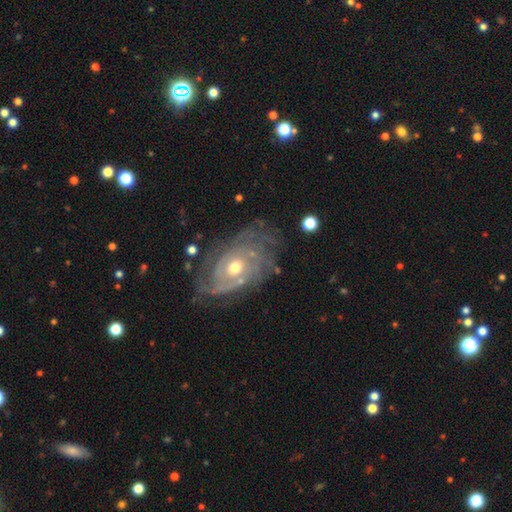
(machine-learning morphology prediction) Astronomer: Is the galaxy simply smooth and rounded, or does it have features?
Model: featured or disk — 80%.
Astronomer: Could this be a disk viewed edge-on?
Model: no — 95%.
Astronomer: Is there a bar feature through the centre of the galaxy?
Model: no — 70%.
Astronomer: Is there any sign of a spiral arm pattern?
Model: yes — 94%.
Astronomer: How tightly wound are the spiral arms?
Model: tight — 70%.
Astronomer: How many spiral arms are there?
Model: can't tell — 39% (runner-up: 3, 17%).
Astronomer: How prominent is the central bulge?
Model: moderate — 53% (runner-up: small, 43%).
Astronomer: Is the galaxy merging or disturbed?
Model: none — 75%.